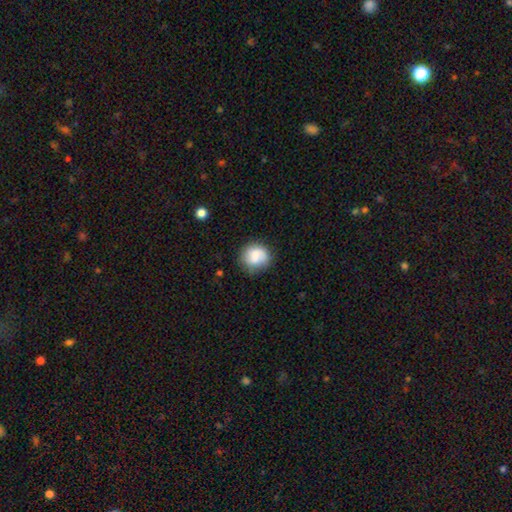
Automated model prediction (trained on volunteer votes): This is likely a smooth galaxy (80%). How rounded: clearly round (83%). Merging: likely none (71%).